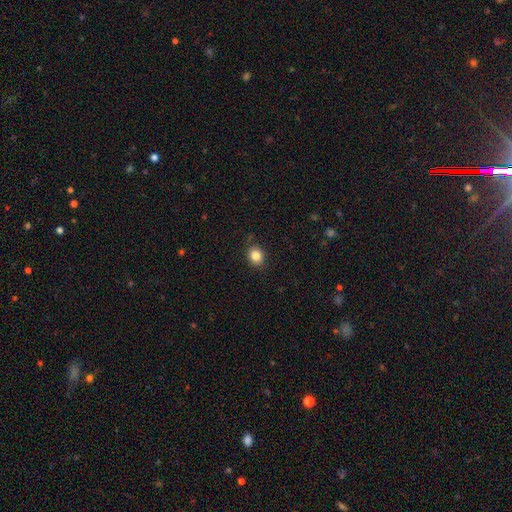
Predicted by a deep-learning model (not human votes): Smooth or featured?
  - smooth: 83% *
  - star or artifact: 11%
  - featured or disk: 6%
How rounded?
  - round: 66% *
  - in between: 33%
  - cigar-shaped: 1%
Merging?
  - none: 86% *
  - minor disturbance: 11%
  - major disturbance: 2%
  - merger: 1%